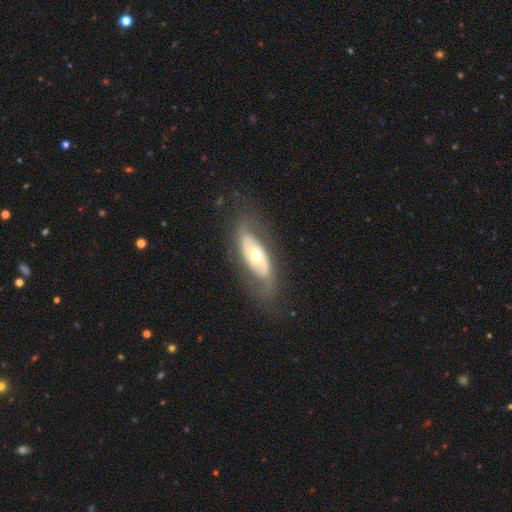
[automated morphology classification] Q: Smooth or featured?
A: featured or disk (64%); runner-up: smooth (30%)
Q: Edge-on disk?
A: no (85%); runner-up: yes (15%)
Q: Bar?
A: no (78%); runner-up: weak (15%)
Q: Spiral arms?
A: yes (52%); runner-up: no (48%)
Q: Bulge size?
A: moderate (70%); runner-up: small (19%)
Q: Merging?
A: none (66%); runner-up: minor disturbance (19%)